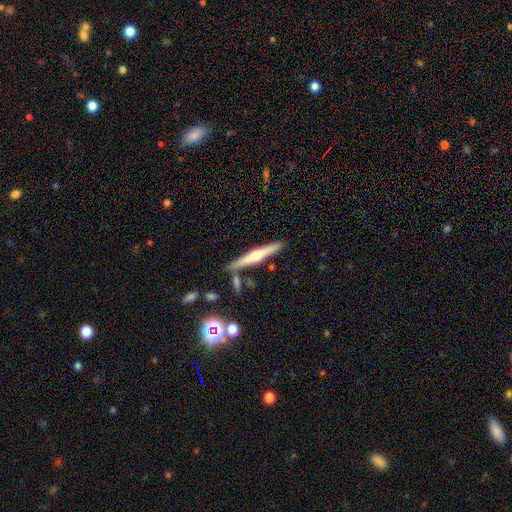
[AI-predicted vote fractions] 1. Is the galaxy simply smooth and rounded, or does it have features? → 61% featured or disk, 33% smooth, 6% star or artifact.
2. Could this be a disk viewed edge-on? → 97% yes, 3% no.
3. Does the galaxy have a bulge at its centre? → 83% rounded, 9% none, 8% boxy.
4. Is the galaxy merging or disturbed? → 82% none, 10% minor disturbance, 6% merger, 2% major disturbance.